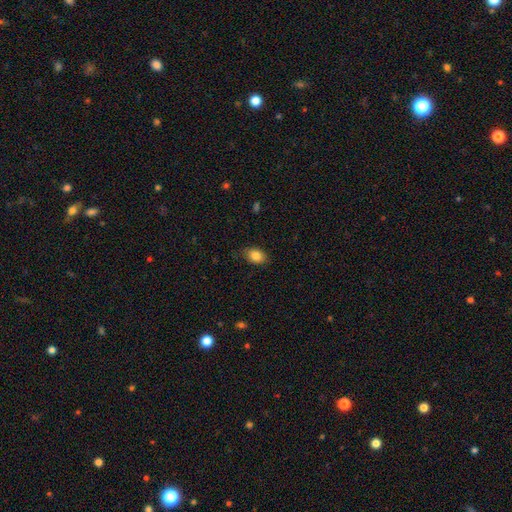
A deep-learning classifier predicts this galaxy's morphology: Smooth or featured? Predicted: smooth (p=0.85). How rounded? Predicted: in between (p=0.80). Merging? Predicted: none (p=0.80).